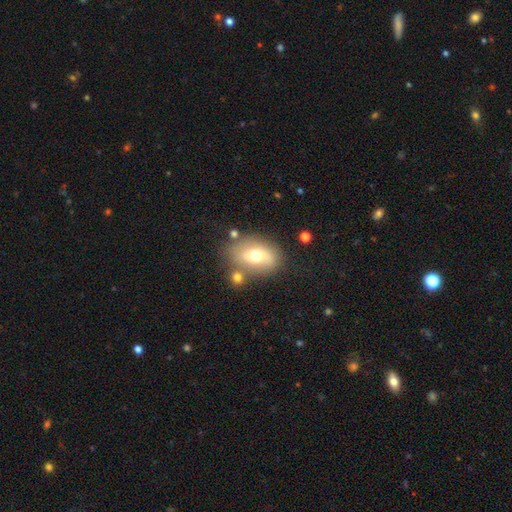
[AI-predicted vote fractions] smooth 56%, featured or disk 35%, star or artifact 9%. Down the decision tree: how rounded — in between (81%); merging — none (66%).